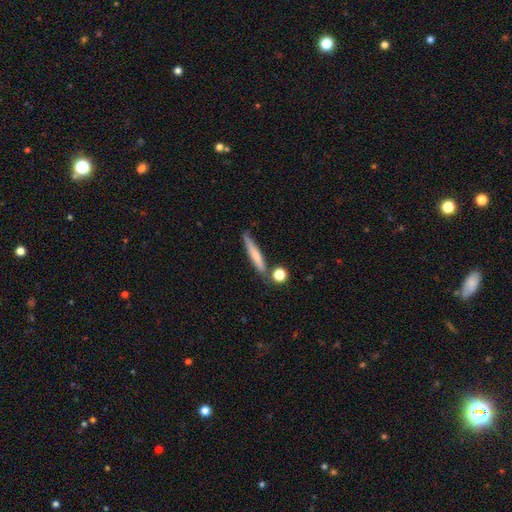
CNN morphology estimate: Smooth or featured?
  - smooth: 67% *
  - featured or disk: 27%
  - star or artifact: 7%
How rounded?
  - cigar-shaped: 91% *
  - in between: 6%
  - round: 2%
Merging?
  - none: 74% *
  - minor disturbance: 14%
  - merger: 8%
  - major disturbance: 3%